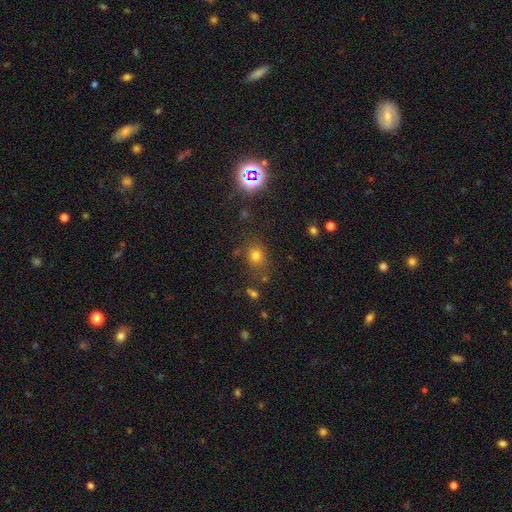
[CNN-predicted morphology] This appears to be a smooth galaxy with no disk features (71%) that is round (68%). Merging: none (76%).